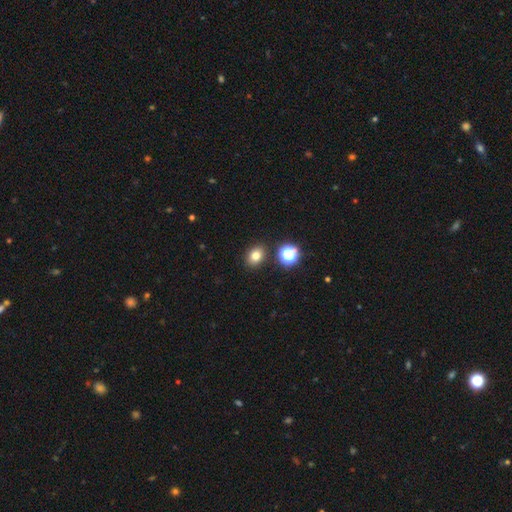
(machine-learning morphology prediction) Smooth or featured? smooth (78%)
How rounded? in between (60%)
Merging? none (86%)